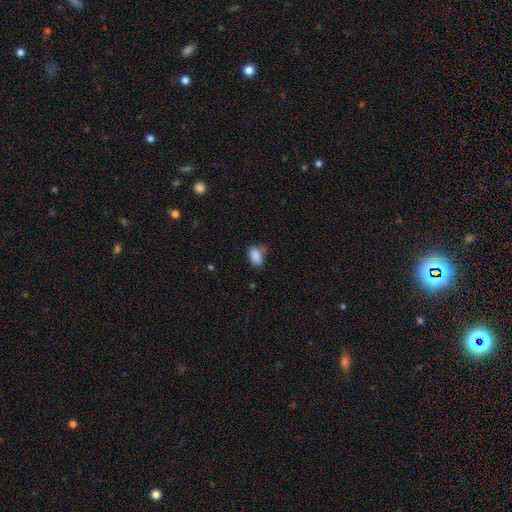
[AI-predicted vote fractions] Overall: smooth (85%). How rounded: in between (86%). Merging: none (54%; minor disturbance 31%).